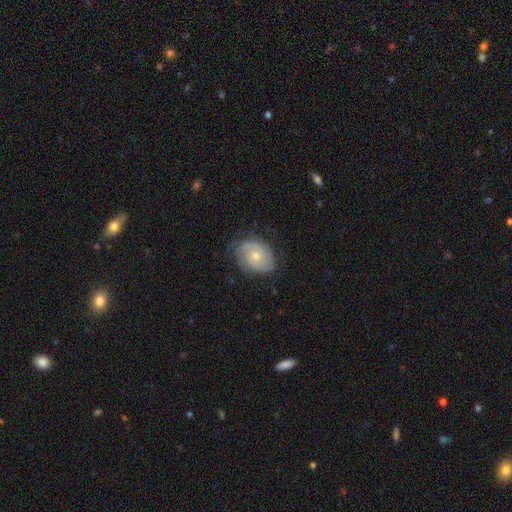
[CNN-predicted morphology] type=featured or disk (71%); edge-on=no (97%); bar=no (74%); spiral arms=yes (92%); winding=tight (57%); arm count=2 (54%); bulge=small (54%); merging=none (70%).